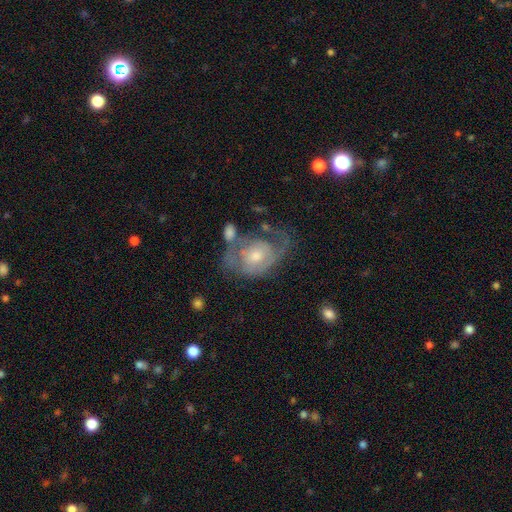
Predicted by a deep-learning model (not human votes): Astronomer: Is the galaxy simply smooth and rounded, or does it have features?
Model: featured or disk — 76%.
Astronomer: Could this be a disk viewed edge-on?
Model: no — 96%.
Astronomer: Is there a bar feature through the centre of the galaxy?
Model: no — 75%.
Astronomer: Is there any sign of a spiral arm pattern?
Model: yes — 79%.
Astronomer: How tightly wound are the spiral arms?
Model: tight — 51% (runner-up: medium, 34%).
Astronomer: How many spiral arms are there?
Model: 2 — 40% (runner-up: can't tell, 32%).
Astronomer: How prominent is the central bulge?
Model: moderate — 58%.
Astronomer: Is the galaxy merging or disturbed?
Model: none — 42% (runner-up: major disturbance, 24%).